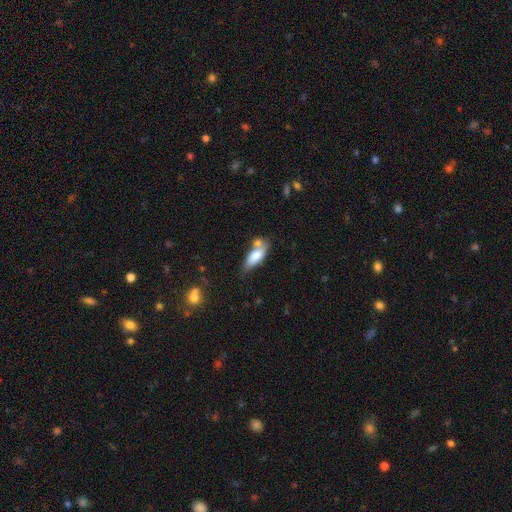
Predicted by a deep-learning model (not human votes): Q: Smooth or featured?
A: smooth (75%); runner-up: featured or disk (18%)
Q: How rounded?
A: in between (71%); runner-up: cigar-shaped (26%)
Q: Merging?
A: none (44%); runner-up: merger (29%)